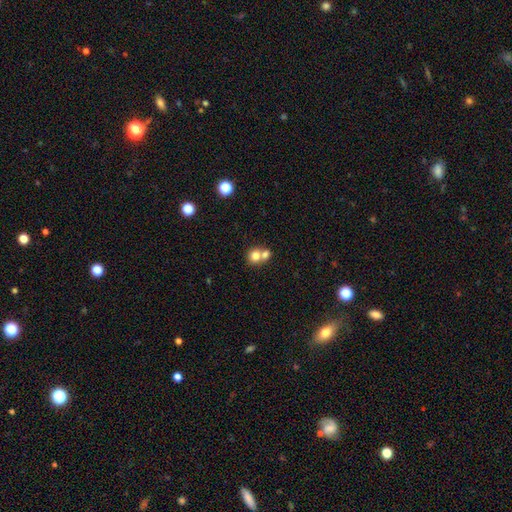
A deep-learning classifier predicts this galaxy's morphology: Overall: smooth (76%). How rounded: round (78%). Merging: merger (58%; none 34%).